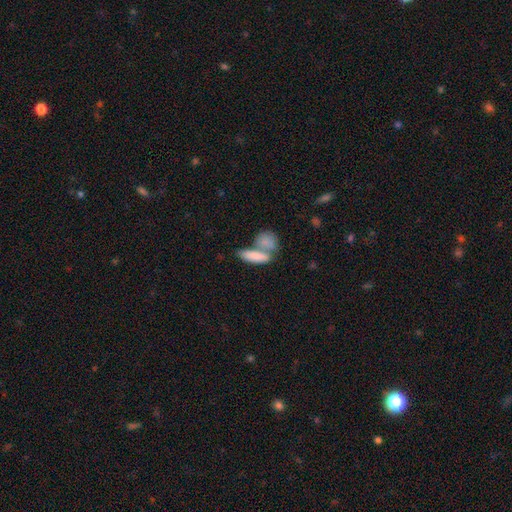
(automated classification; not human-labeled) smooth-or-featured: smooth: 80% | featured or disk: 14% | star or artifact: 6%
  how-rounded: in between: 61% | cigar-shaped: 33% | round: 6%
  merging: merger: 50% | none: 36% | minor disturbance: 9% | major disturbance: 5%